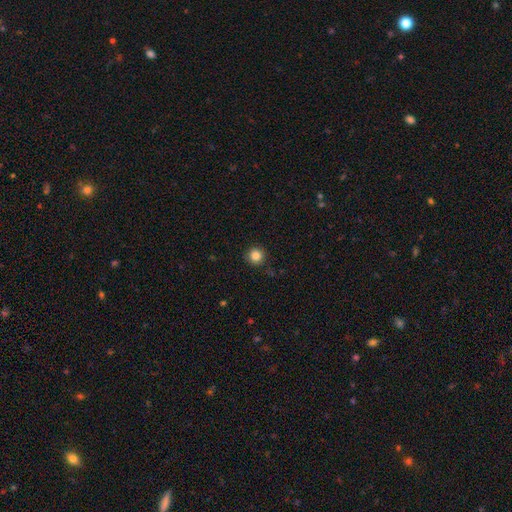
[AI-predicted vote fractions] Morphology: type=smooth (85%); roundness=round (95%); merging=none (90%).